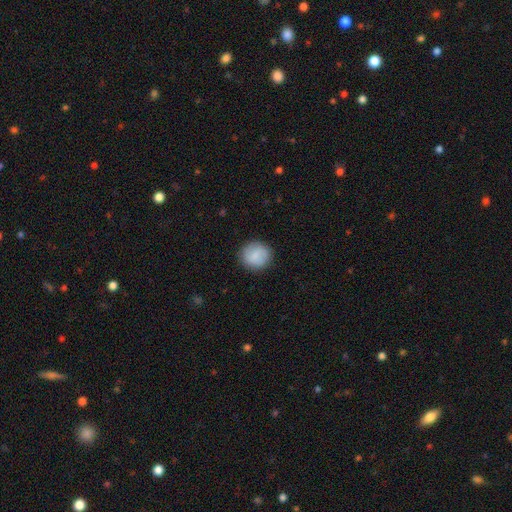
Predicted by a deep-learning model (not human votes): Q: Smooth or featured?
A: smooth (78%); runner-up: featured or disk (15%)
Q: How rounded?
A: round (86%); runner-up: in between (13%)
Q: Merging?
A: none (87%); runner-up: minor disturbance (9%)